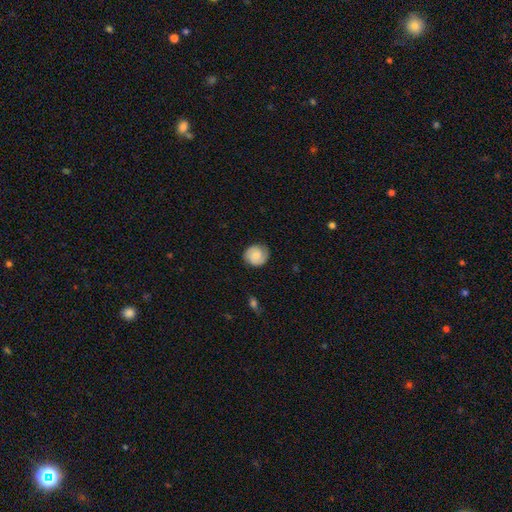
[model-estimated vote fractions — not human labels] Smooth or featured? smooth (50%)
Merging? none (81%)